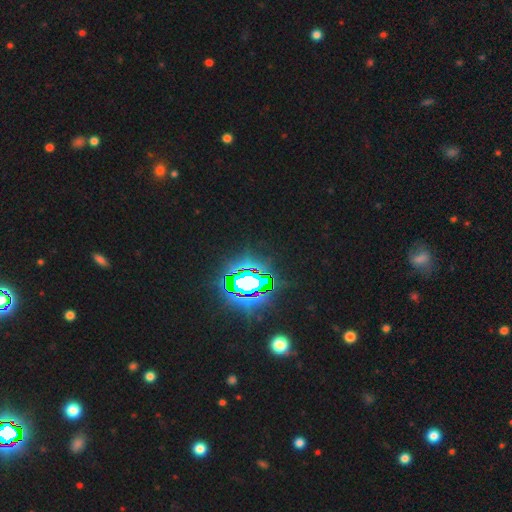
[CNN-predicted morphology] smooth_or_featured: star or artifact (p=0.84) [alt: smooth p=0.10]